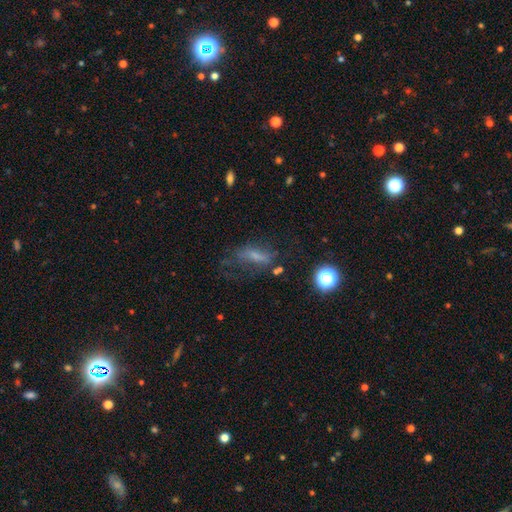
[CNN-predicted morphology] Smooth or featured? Predicted: smooth (p=0.49). Merging? Predicted: none (p=0.41).